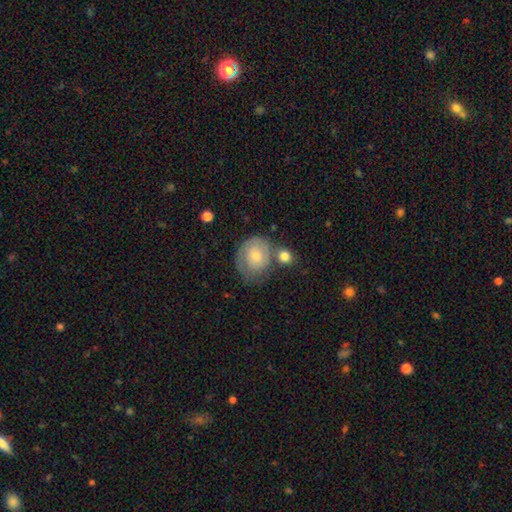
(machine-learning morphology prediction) This is possibly a featured or disk galaxy (47%). Merging: possibly none (55%).